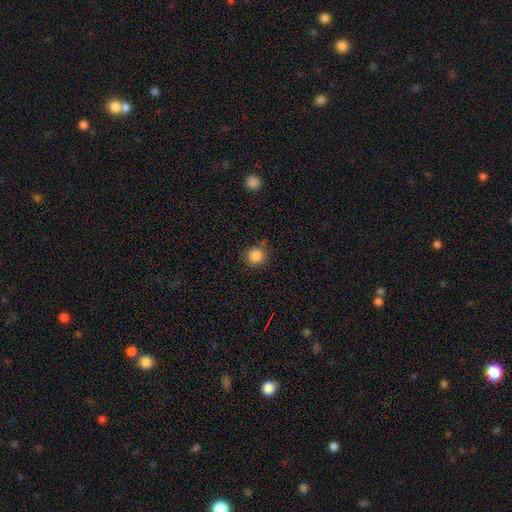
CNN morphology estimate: This appears to be a smooth galaxy with no disk features (86%) that is round (93%). Merging: none (80%).